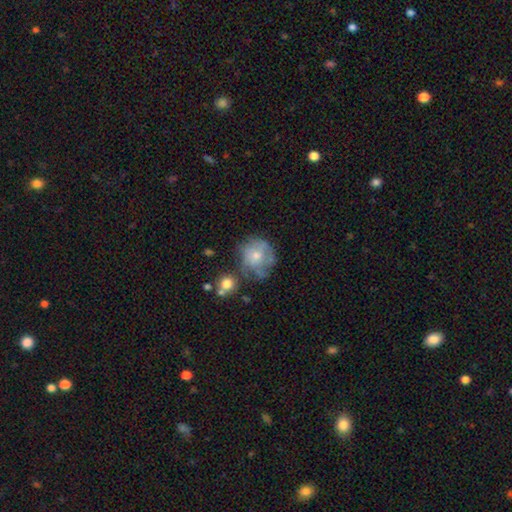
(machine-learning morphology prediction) Smooth or featured? Predicted: smooth (p=0.45, tied with featured or disk). Merging? Predicted: none (p=0.44).